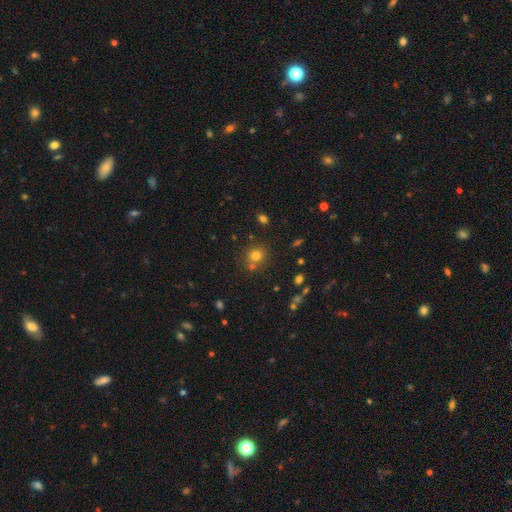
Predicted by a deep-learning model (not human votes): Smooth or featured? smooth (73%)
How rounded? round (85%)
Merging? none (70%)